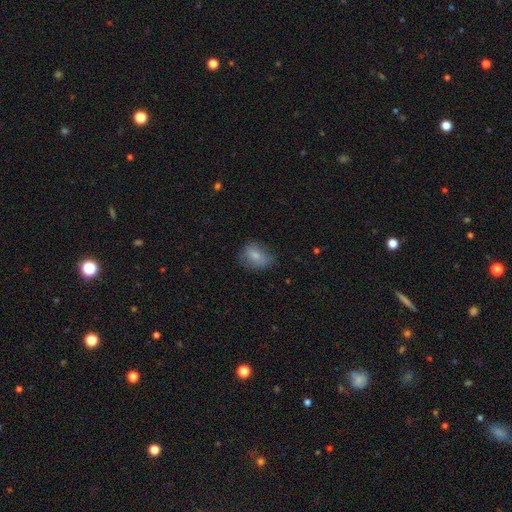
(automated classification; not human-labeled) Smooth or featured? Predicted: smooth (p=0.76). How rounded? Predicted: in between (p=0.69). Merging? Predicted: none (p=0.60).